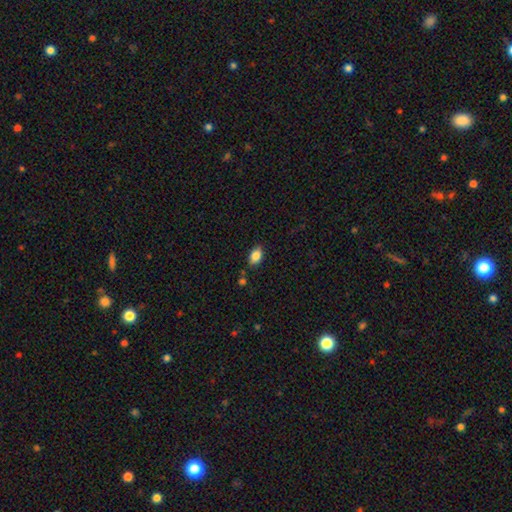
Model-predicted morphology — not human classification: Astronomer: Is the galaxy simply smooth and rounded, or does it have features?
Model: smooth — 86%.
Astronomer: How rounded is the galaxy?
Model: in between — 88%.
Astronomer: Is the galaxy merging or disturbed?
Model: none — 82%.